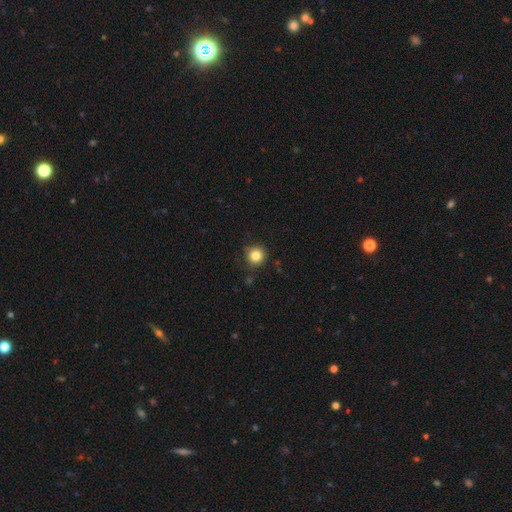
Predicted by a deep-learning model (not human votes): Overall: smooth (83%). How rounded: round (94%). Merging: none (85%).